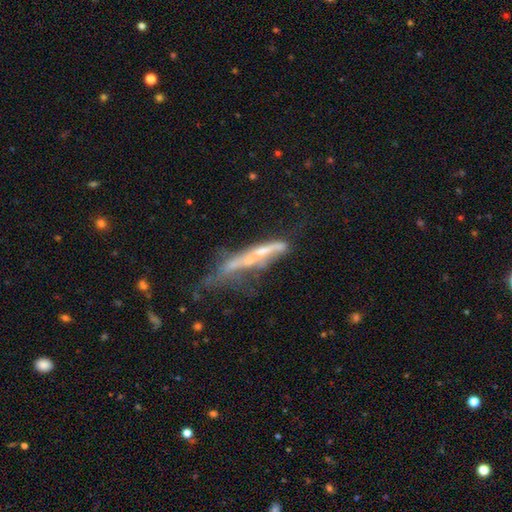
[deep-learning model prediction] A featured or disk galaxy (62%) viewed edge-on (73%).

Vote fractions:
- Smooth or featured? featured or disk: 62% / smooth: 28% / star or artifact: 10%
- Edge-on disk? yes: 73% / no: 27%
- Merging? none: 35% / major disturbance: 27% / minor disturbance: 25% / merger: 13%